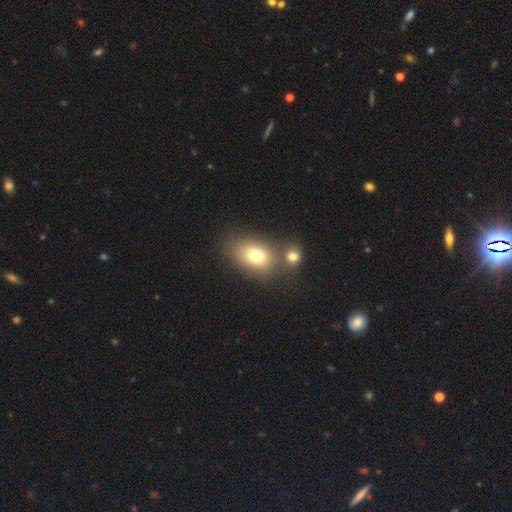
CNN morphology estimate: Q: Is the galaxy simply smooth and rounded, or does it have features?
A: smooth — 75%.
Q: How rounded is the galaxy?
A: in between — 72%.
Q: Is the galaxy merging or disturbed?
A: none — 55%.